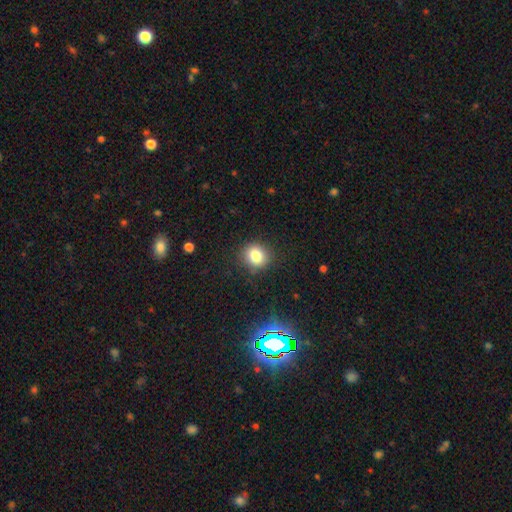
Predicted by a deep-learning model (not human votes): Smooth or featured? Predicted: smooth (p=0.81). How rounded? Predicted: round (p=0.77). Merging? Predicted: none (p=0.86).